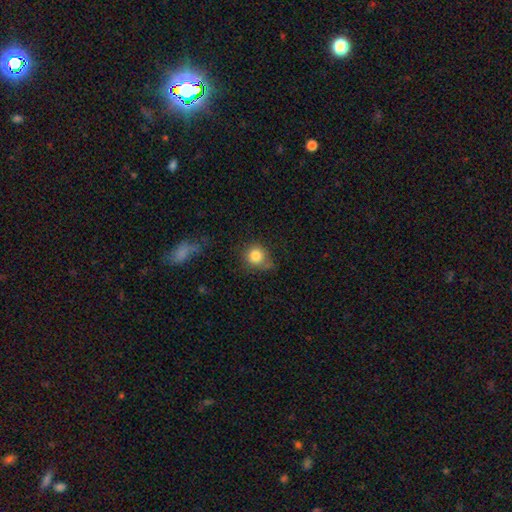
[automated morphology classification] smooth_or_featured: smooth (p=0.82) [alt: star or artifact p=0.10]
how_rounded: round (p=0.86) [alt: in between p=0.13]
merging: none (p=0.62) [alt: minor disturbance p=0.26]